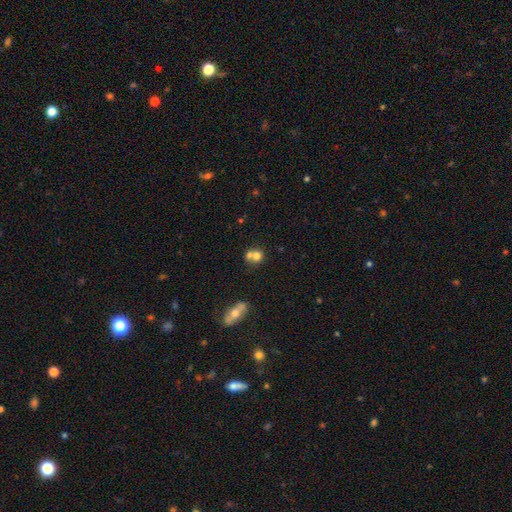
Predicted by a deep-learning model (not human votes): Smooth or featured? smooth (71%)
How rounded? round (78%)
Merging? merger (54%)